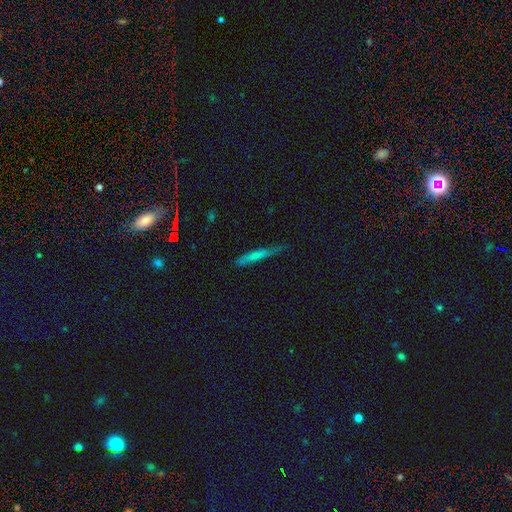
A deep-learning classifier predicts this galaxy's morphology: smooth-or-featured: smooth: 62% | featured or disk: 28% | star or artifact: 9%
  how-rounded: cigar-shaped: 91% | in between: 7% | round: 2%
  merging: none: 64% | minor disturbance: 27% | major disturbance: 6% | merger: 2%